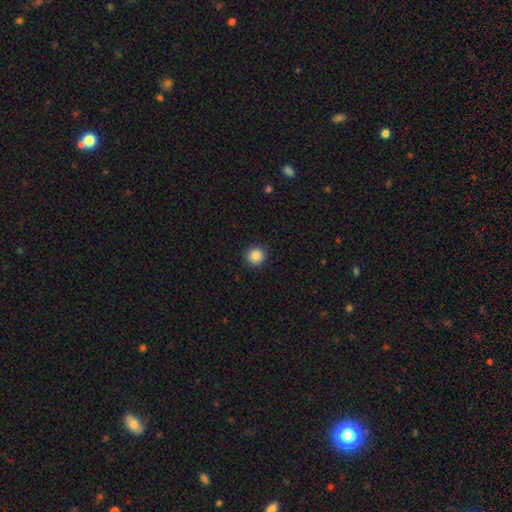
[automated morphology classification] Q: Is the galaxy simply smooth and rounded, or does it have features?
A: smooth — 87%.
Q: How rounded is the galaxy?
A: round — 93%.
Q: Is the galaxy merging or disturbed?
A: none — 92%.